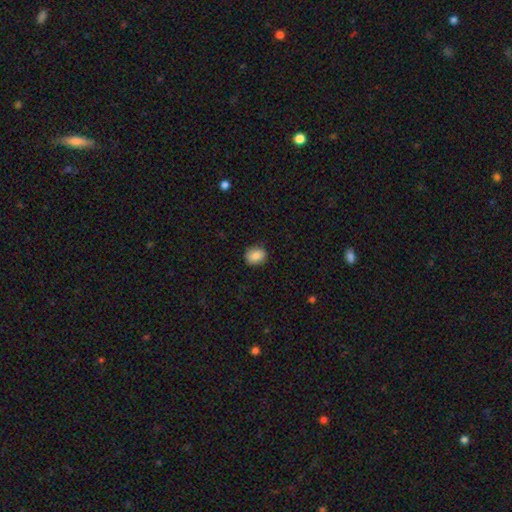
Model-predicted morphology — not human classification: type=smooth (87%); roundness=round (57%); merging=none (86%).